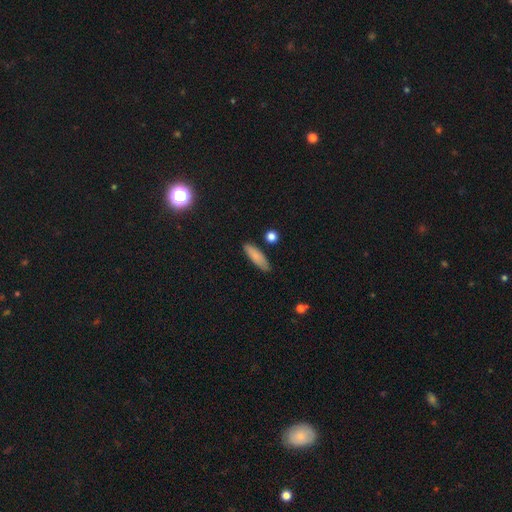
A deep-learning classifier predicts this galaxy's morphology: Smooth or featured? Predicted: smooth (p=0.82). How rounded? Predicted: cigar-shaped (p=0.53). Merging? Predicted: none (p=0.83).